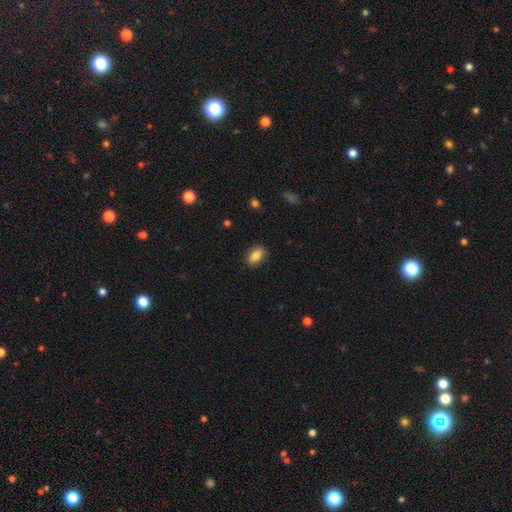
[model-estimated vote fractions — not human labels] Q: Smooth or featured?
A: smooth (82%); runner-up: featured or disk (11%)
Q: How rounded?
A: in between (86%); runner-up: cigar-shaped (8%)
Q: Merging?
A: none (86%); runner-up: minor disturbance (11%)